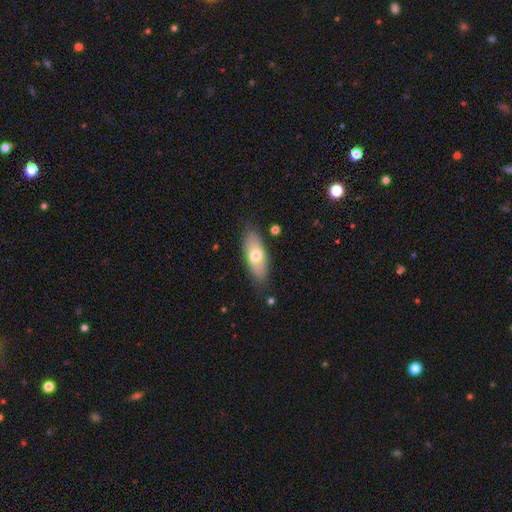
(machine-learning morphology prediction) A smooth galaxy with no disk features (66%) that is in between round and cigar-shaped (78%).

Vote fractions:
- Smooth or featured? smooth: 66% / featured or disk: 28% / star or artifact: 6%
- How rounded? in between: 78% / cigar-shaped: 19% / round: 3%
- Merging? none: 80% / minor disturbance: 15% / major disturbance: 3% / merger: 2%